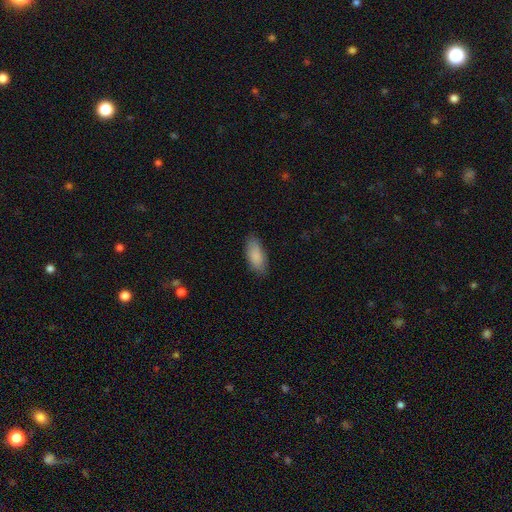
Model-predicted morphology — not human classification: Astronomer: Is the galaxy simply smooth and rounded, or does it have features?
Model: smooth — 88%.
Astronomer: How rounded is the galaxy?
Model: in between — 84%.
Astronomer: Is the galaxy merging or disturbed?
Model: none — 84%.